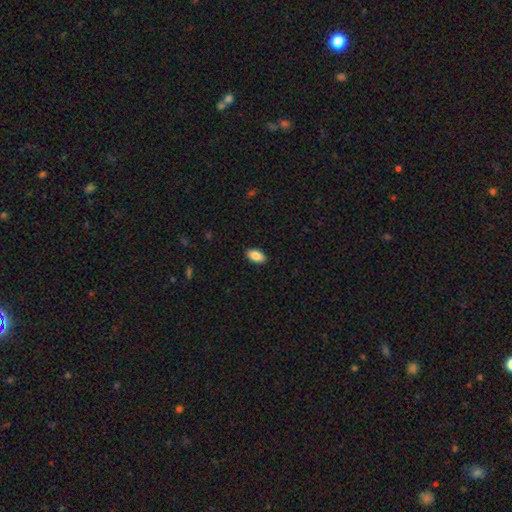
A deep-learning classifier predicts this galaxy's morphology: type=smooth (87%); roundness=in between (94%); merging=none (90%).